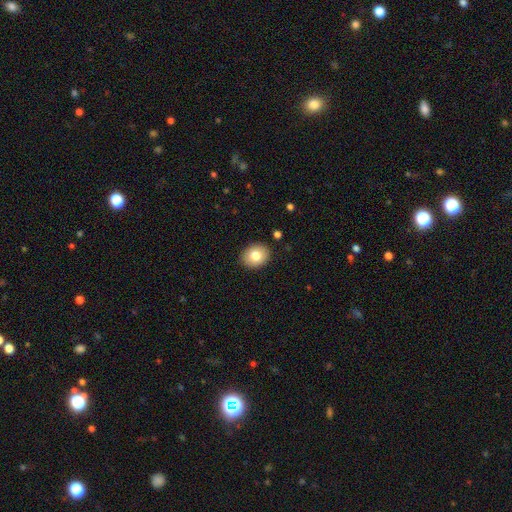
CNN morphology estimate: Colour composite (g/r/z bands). It shows a smooth galaxy with no disk features (79%) that is round (52%). Merging: none (89%).